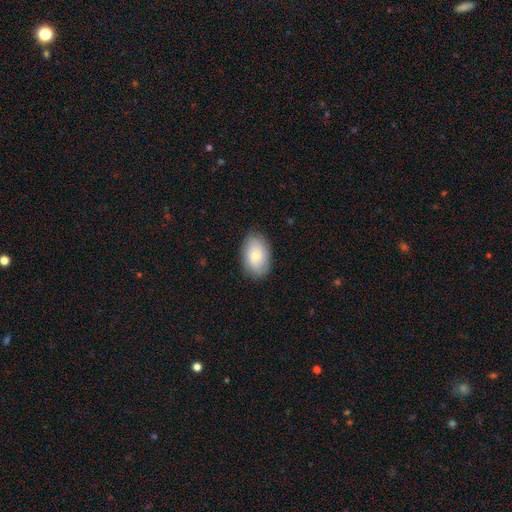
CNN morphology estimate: Q: Smooth or featured?
A: smooth (71%); runner-up: featured or disk (22%)
Q: How rounded?
A: in between (89%); runner-up: round (10%)
Q: Merging?
A: none (84%); runner-up: minor disturbance (12%)